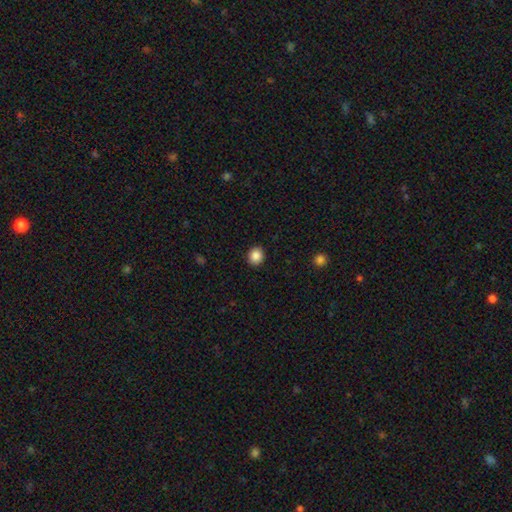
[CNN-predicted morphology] Smooth or featured: smooth — 87% (star or artifact — 9%)
How rounded: round — 81% (in between — 18%)
Merging: none — 92% (minor disturbance — 5%)